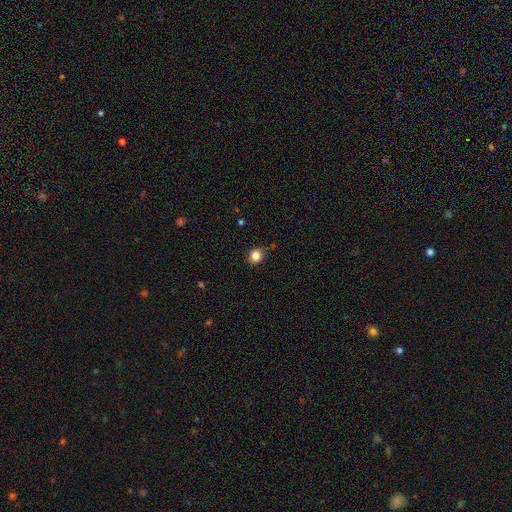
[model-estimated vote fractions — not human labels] smooth-or-featured: smooth: 84% | star or artifact: 11% | featured or disk: 5%
  how-rounded: round: 78% | in between: 21% | cigar-shaped: 1%
  merging: none: 88% | minor disturbance: 9% | major disturbance: 2% | merger: 2%